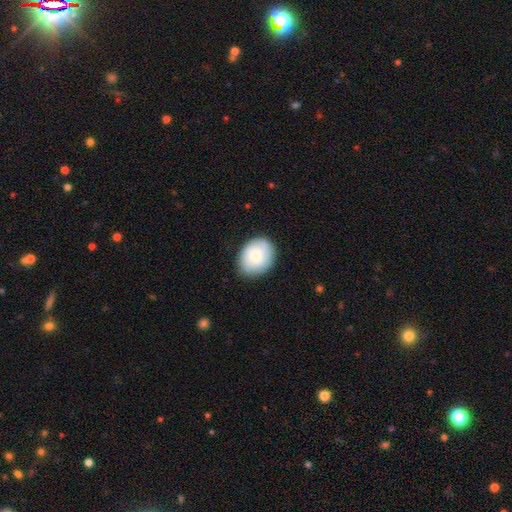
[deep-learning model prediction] Smooth or featured? Predicted: smooth (p=0.75). How rounded? Predicted: round (p=0.50). Merging? Predicted: none (p=0.82).